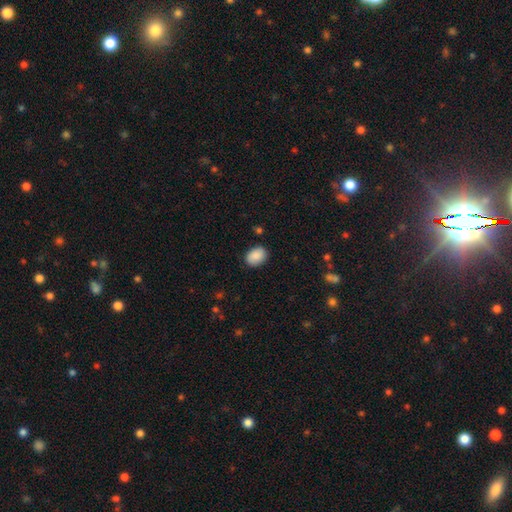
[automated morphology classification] Smooth or featured: smooth — 90% (star or artifact — 7%)
How rounded: in between — 78% (round — 21%)
Merging: none — 85% (minor disturbance — 11%)